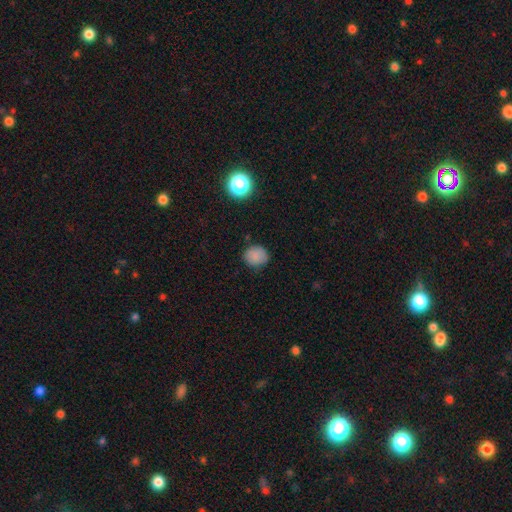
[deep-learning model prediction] Q: Smooth or featured?
A: smooth (83%); runner-up: star or artifact (11%)
Q: How rounded?
A: round (76%); runner-up: in between (23%)
Q: Merging?
A: none (81%); runner-up: minor disturbance (14%)